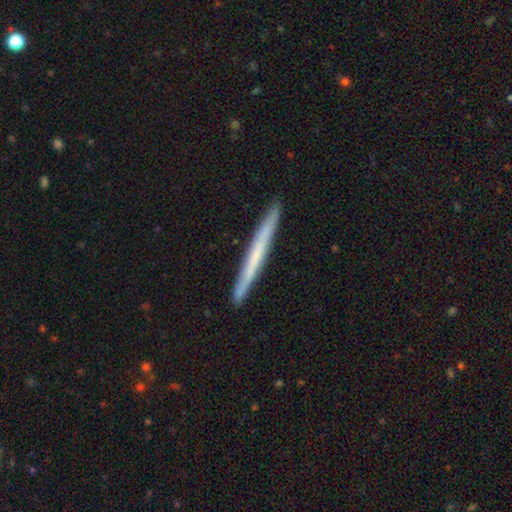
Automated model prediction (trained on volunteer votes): Smooth or featured: smooth — 48% (featured or disk — 47%)
Merging: none — 91% (minor disturbance — 6%)